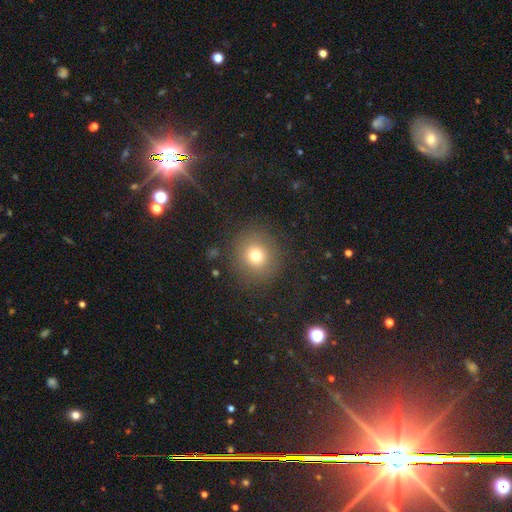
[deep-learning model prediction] This appears to be a smooth galaxy with no disk features (73%) that is round (89%). Merging: none (85%).